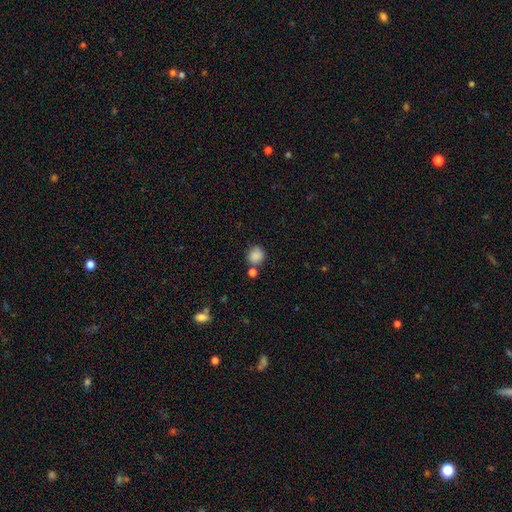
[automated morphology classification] type=smooth (87%); roundness=round (84%); merging=none (67%).